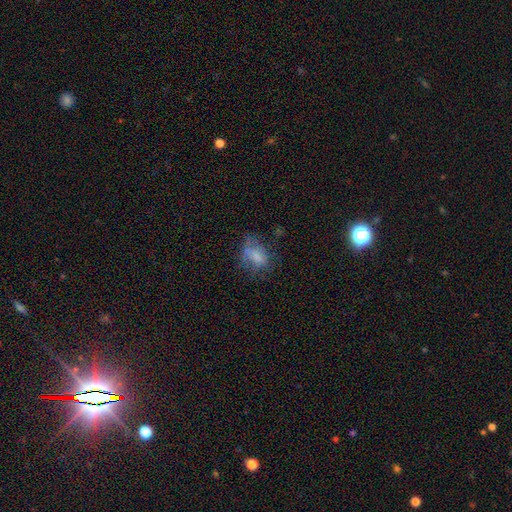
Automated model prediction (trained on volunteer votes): Smooth or featured?
  - smooth: 62% *
  - featured or disk: 24%
  - star or artifact: 13%
How rounded?
  - in between: 77% *
  - round: 21%
  - cigar-shaped: 3%
Merging?
  - none: 44% *
  - minor disturbance: 26%
  - major disturbance: 26%
  - merger: 3%